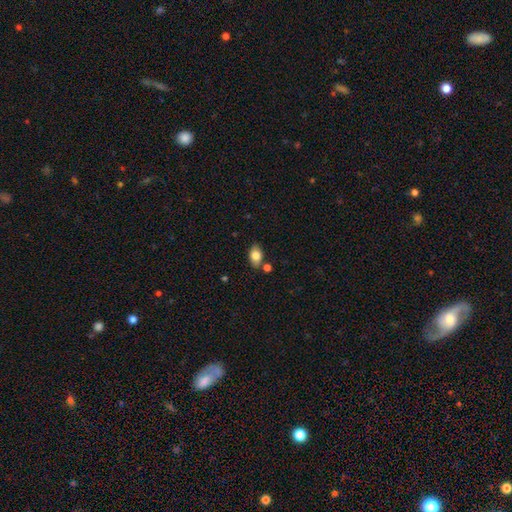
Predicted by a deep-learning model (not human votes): smooth-or-featured: smooth: 80% | featured or disk: 12% | star or artifact: 8%
  how-rounded: in between: 86% | round: 13% | cigar-shaped: 2%
  merging: none: 74% | minor disturbance: 13% | merger: 10% | major disturbance: 3%